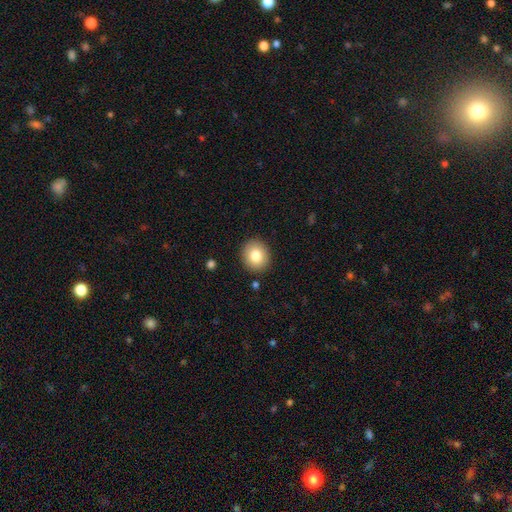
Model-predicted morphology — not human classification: Smooth or featured? Predicted: smooth (p=0.81). How rounded? Predicted: round (p=0.75). Merging? Predicted: none (p=0.90).